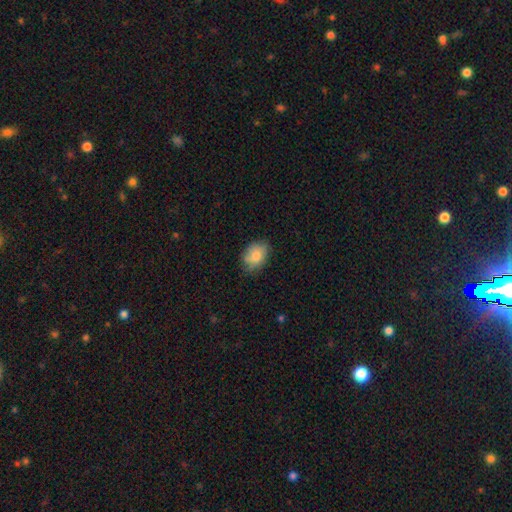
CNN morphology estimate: This is clearly a smooth galaxy (80%). How rounded: likely in between (73%). Merging: likely none (75%).